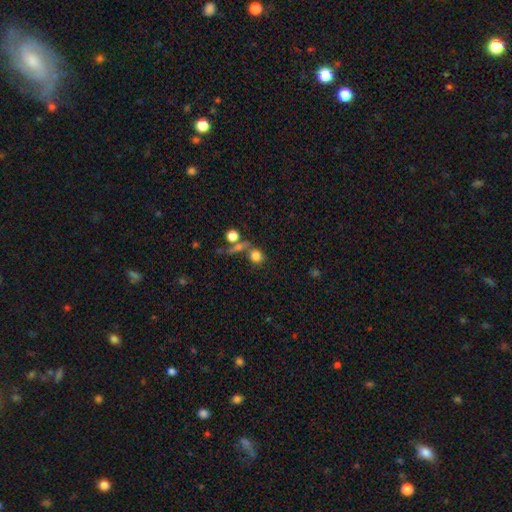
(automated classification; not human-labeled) A smooth galaxy with no disk features (76%) that is round (74%). Merging: none (45%).